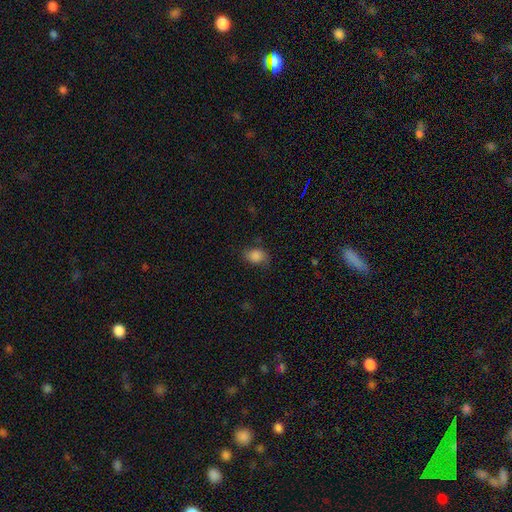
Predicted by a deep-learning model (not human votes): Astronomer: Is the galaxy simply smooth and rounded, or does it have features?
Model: smooth — 83%.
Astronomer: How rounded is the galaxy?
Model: in between — 65%.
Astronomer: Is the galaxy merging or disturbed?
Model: none — 66%.